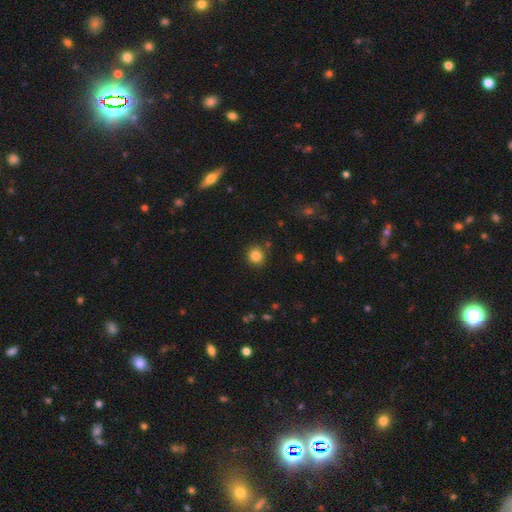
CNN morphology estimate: The model was most divided on "how rounded": round: 86%, in between: 13%, cigar-shaped: 1%. More confident: smooth or featured — smooth (84%); merging — none (83%).